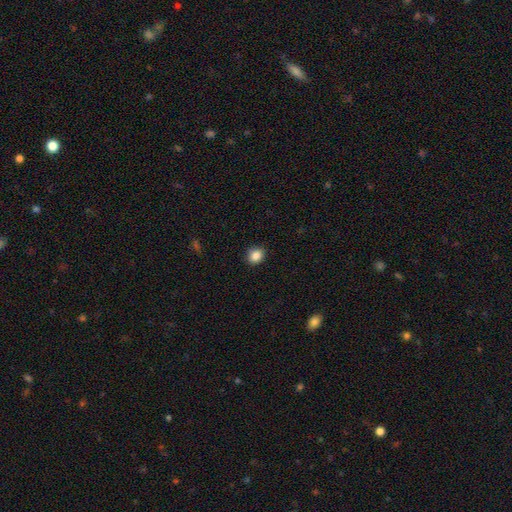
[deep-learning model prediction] Q: Smooth or featured?
A: smooth (87%); runner-up: star or artifact (10%)
Q: How rounded?
A: round (67%); runner-up: in between (32%)
Q: Merging?
A: none (89%); runner-up: minor disturbance (8%)